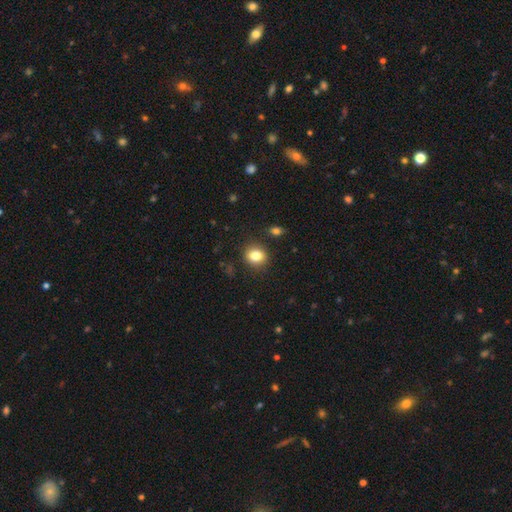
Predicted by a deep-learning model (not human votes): Q: Smooth or featured?
A: smooth (82%); runner-up: star or artifact (11%)
Q: How rounded?
A: round (71%); runner-up: in between (28%)
Q: Merging?
A: none (87%); runner-up: minor disturbance (8%)